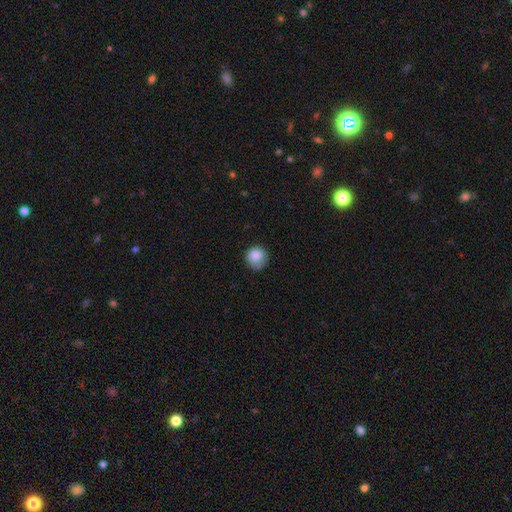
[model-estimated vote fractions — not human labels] This is clearly a smooth galaxy (85%). How rounded: clearly round (87%). Merging: likely none (66%).